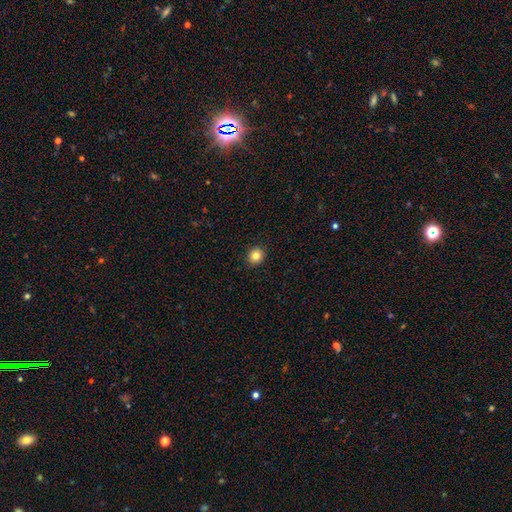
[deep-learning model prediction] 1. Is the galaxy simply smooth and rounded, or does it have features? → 83% smooth, 10% star or artifact, 7% featured or disk.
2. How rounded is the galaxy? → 83% round, 16% in between, 1% cigar-shaped.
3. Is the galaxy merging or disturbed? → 92% none, 6% minor disturbance, 2% major disturbance, 1% merger.